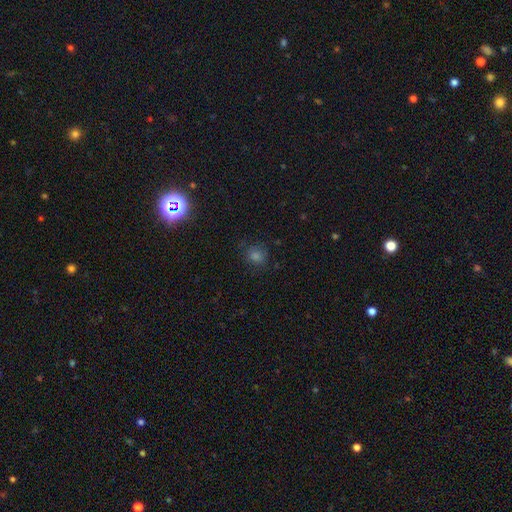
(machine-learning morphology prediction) This appears to be a smooth galaxy with no disk features (58%) that is round (85%). Merging: none (82%).